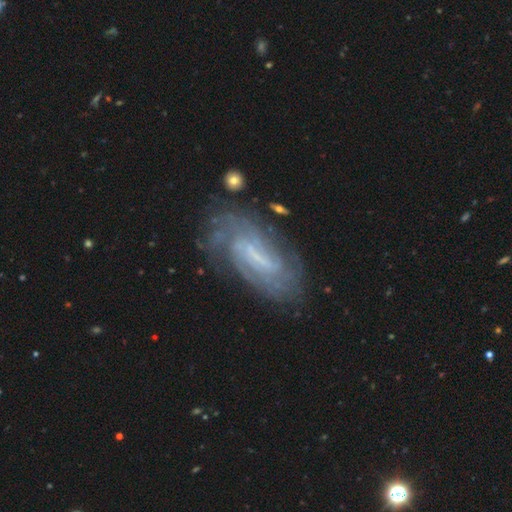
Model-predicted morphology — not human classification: The model was most divided on "bulge size": small: 42%, none: 34%, moderate: 19%, large: 3%, dominant: 1%. Remaining: edge-on disk — no (92%); spiral arms — yes (90%); smooth or featured — featured or disk (78%); merging — none (72%); spiral winding — tight (54%); bar — weak (48%); spiral arm count — can't tell (48%).